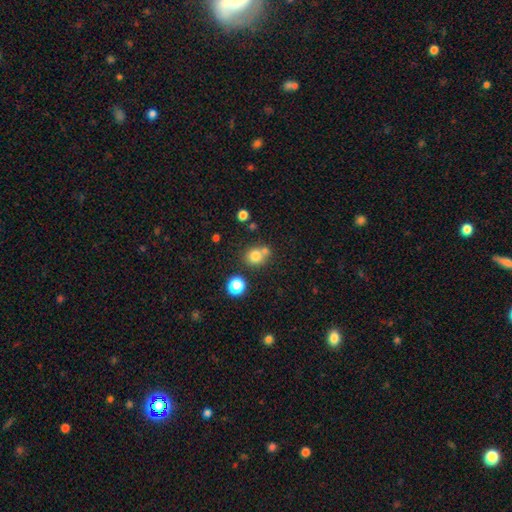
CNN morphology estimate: Q: Smooth or featured?
A: smooth (78%); runner-up: star or artifact (14%)
Q: How rounded?
A: round (82%); runner-up: in between (17%)
Q: Merging?
A: none (56%); runner-up: merger (30%)